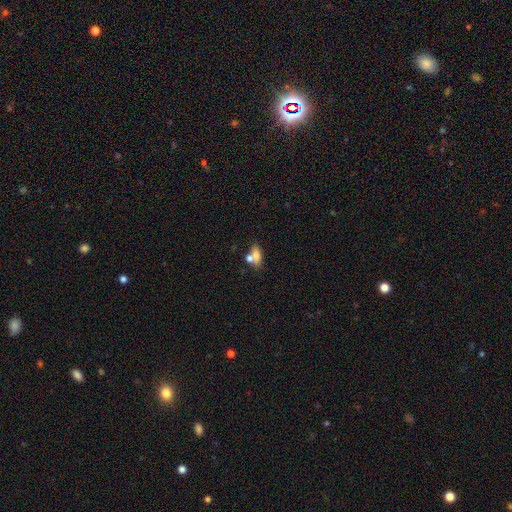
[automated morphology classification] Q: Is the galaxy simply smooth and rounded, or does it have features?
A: smooth — 71%.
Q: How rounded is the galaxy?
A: in between — 76%.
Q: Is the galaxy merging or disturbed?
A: merger — 42%.